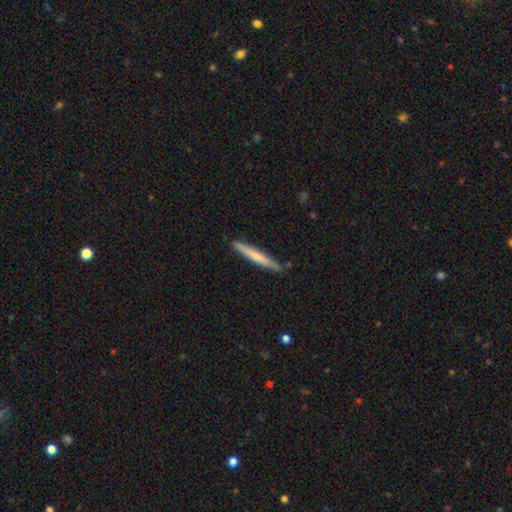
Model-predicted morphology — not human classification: Smooth or featured? Predicted: smooth (p=0.63). How rounded? Predicted: cigar-shaped (p=0.96). Merging? Predicted: none (p=0.86).